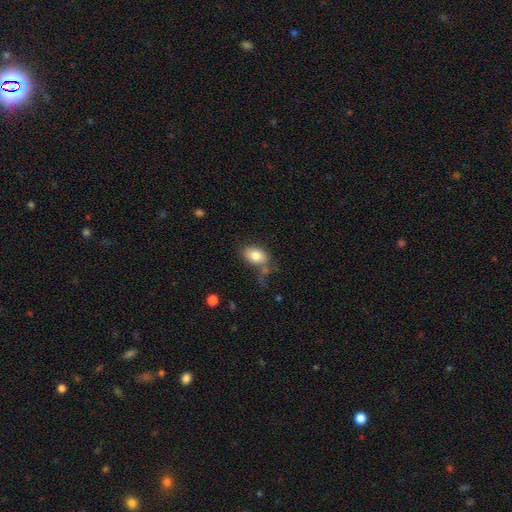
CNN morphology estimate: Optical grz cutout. It shows a smooth galaxy with no disk features (81%) that is in between round and cigar-shaped (87%). Merging: none (58%).